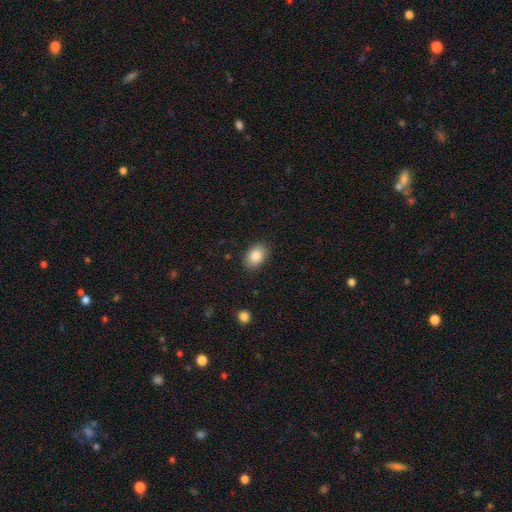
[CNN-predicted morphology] Smooth or featured: smooth — 86% (star or artifact — 8%)
How rounded: in between — 87% (round — 12%)
Merging: none — 88% (minor disturbance — 9%)